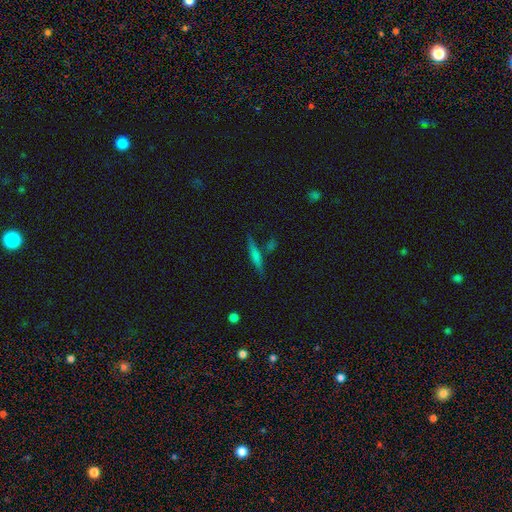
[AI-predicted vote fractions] A smooth galaxy with no disk features (56%) that is cigar-shaped (88%). Merging: none (76%).